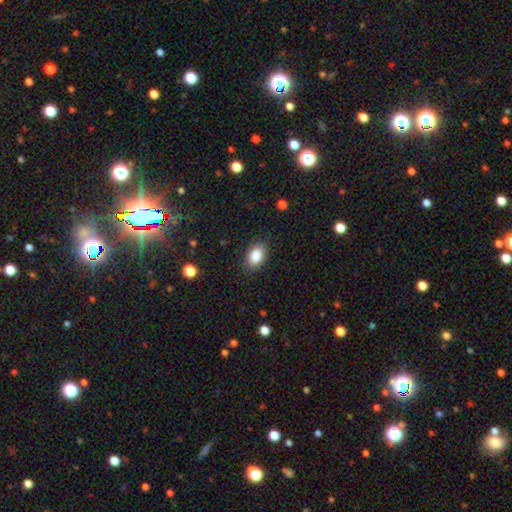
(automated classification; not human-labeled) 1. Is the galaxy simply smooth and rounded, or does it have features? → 88% smooth, 7% star or artifact, 4% featured or disk.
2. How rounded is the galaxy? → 90% in between, 9% round, 2% cigar-shaped.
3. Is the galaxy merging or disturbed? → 84% none, 12% minor disturbance, 3% major disturbance, 1% merger.